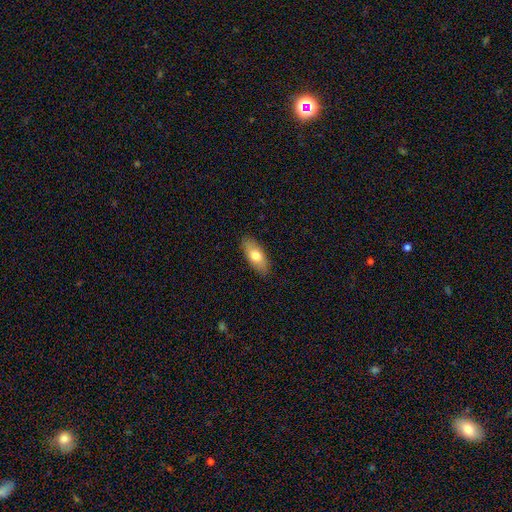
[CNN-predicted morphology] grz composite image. It shows a smooth galaxy with no disk features (72%) that is in between round and cigar-shaped (82%). Merging: none (86%).